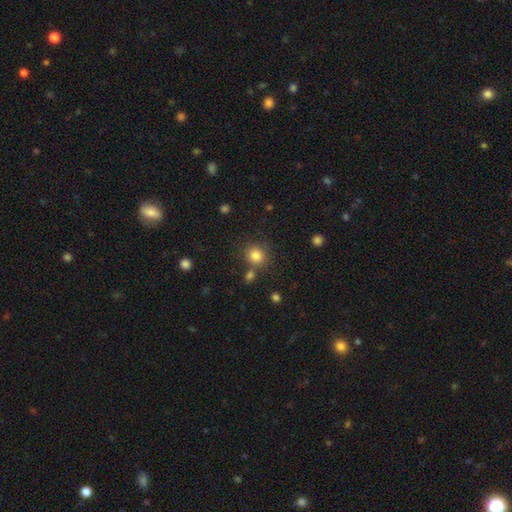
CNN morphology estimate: A smooth galaxy with no disk features (82%) that is round (86%). Merging: none (75%).